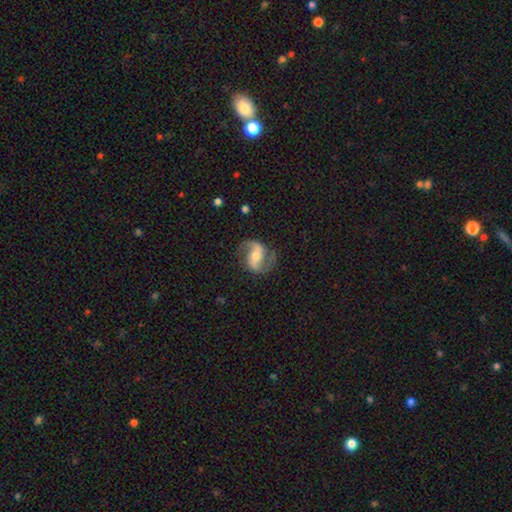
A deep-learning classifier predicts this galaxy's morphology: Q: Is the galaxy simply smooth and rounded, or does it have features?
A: featured or disk — 86%.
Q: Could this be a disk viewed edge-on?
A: no — 97%.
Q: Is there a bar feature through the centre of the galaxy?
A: strong — 41%.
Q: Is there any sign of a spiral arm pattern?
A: yes — 96%.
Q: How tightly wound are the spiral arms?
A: medium — 48%.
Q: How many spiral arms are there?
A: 2 — 92%.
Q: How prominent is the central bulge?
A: moderate — 57%.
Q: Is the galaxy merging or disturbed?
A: none — 79%.